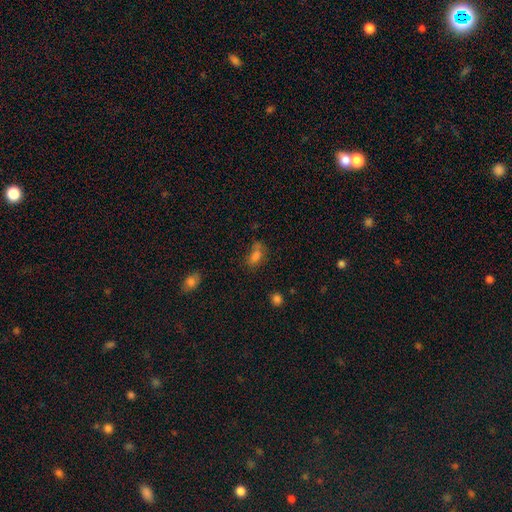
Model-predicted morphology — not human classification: This is likely a smooth galaxy (70%). How rounded: clearly in between (81%). Merging: possibly none (50%).